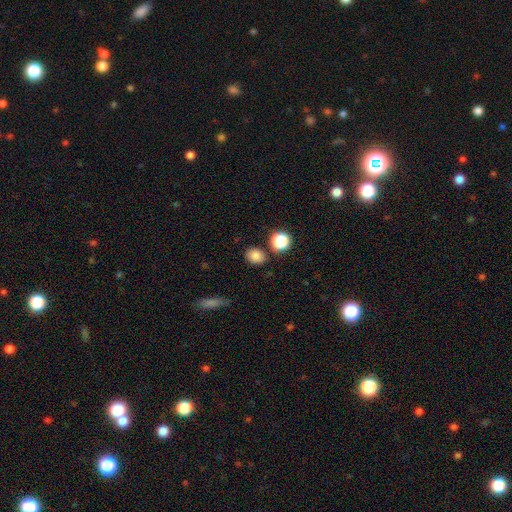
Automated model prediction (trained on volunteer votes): smooth_or_featured: smooth (p=0.82) [alt: star or artifact p=0.13]
how_rounded: round (p=0.52) [alt: in between p=0.47]
merging: none (p=0.80) [alt: minor disturbance p=0.10]